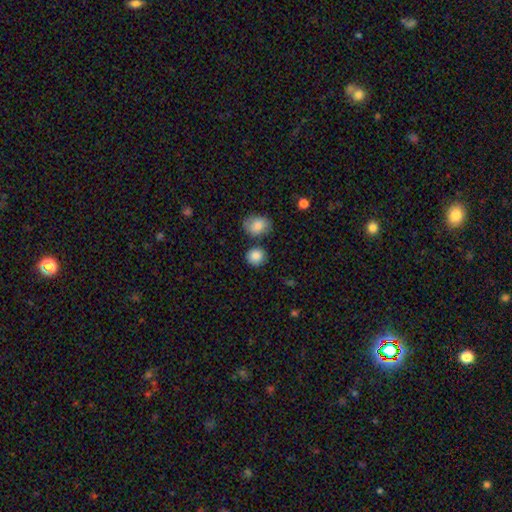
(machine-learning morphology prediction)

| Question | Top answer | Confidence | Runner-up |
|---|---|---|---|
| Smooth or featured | smooth | 87% | star or artifact (8%) |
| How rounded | round | 84% | in between (15%) |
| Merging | none | 76% | minor disturbance (11%) |